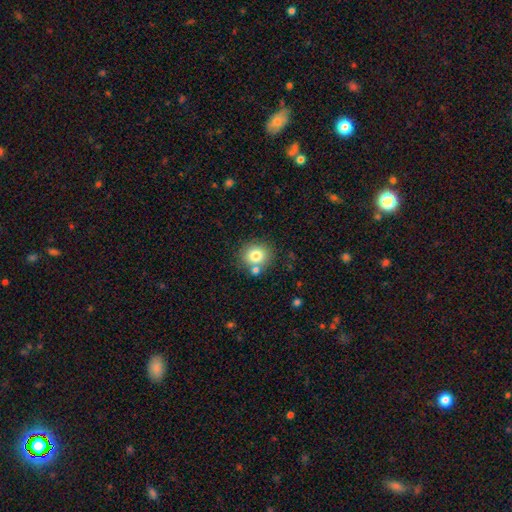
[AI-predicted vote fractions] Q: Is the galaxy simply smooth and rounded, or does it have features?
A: smooth — 79%.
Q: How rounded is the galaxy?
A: round — 86%.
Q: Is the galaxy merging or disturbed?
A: none — 74%.